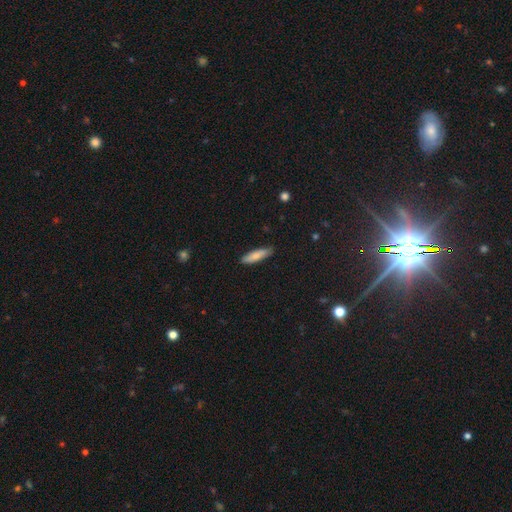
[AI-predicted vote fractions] smooth_or_featured: smooth (p=0.78) [alt: featured or disk p=0.16]
how_rounded: cigar-shaped (p=0.68) [alt: in between p=0.30]
merging: none (p=0.85) [alt: minor disturbance p=0.12]